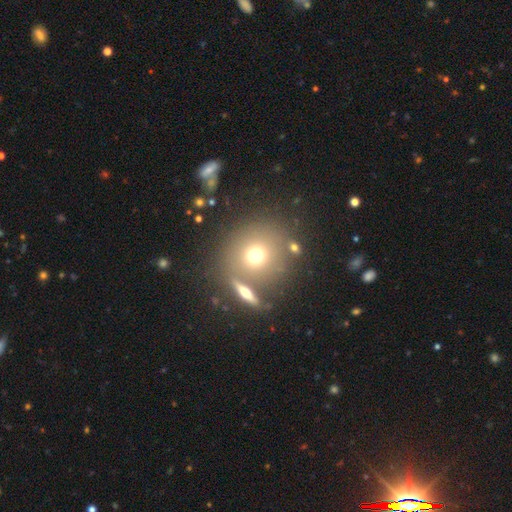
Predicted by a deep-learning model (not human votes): Smooth or featured?
  - smooth: 67% *
  - featured or disk: 19%
  - star or artifact: 15%
How rounded?
  - round: 88% *
  - in between: 11%
  - cigar-shaped: 2%
Merging?
  - none: 71% *
  - merger: 15%
  - minor disturbance: 10%
  - major disturbance: 5%